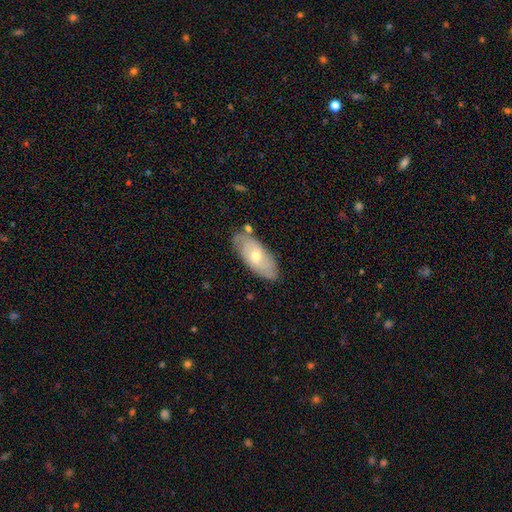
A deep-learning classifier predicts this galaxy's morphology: smooth_or_featured: smooth (p=0.51) [alt: featured or disk p=0.43]
how_rounded: in between (p=0.86) [alt: cigar-shaped p=0.11]
merging: none (p=0.76) [alt: minor disturbance p=0.17]